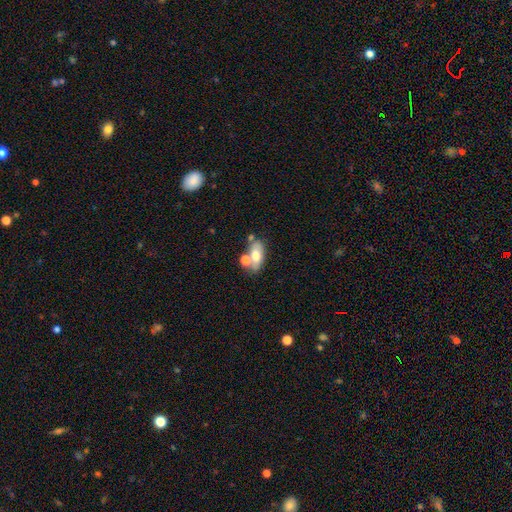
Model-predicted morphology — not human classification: smooth-or-featured: smooth: 65% | featured or disk: 27% | star or artifact: 9%
  how-rounded: in between: 86% | round: 8% | cigar-shaped: 6%
  merging: none: 48% | merger: 31% | minor disturbance: 15% | major disturbance: 6%